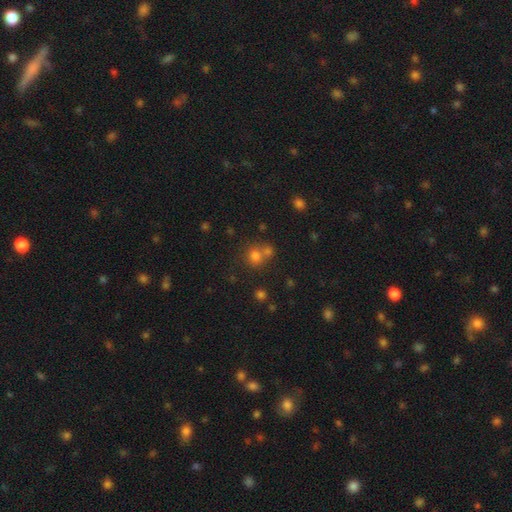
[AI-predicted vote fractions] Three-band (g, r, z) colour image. It shows a smooth galaxy with no disk features (70%) that is round (83%). Merging: none (49%).